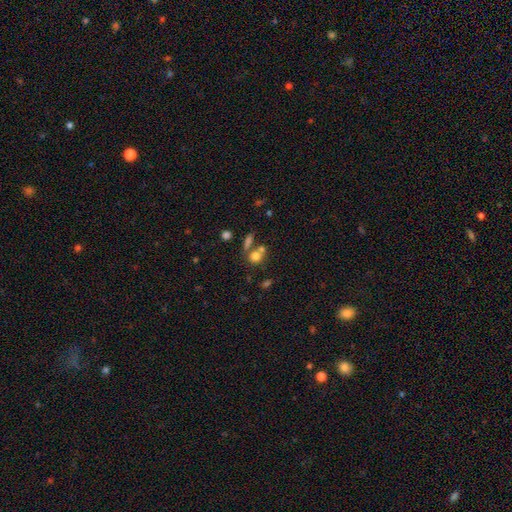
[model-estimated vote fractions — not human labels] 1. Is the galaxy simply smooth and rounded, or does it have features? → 74% smooth, 15% star or artifact, 11% featured or disk.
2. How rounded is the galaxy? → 70% round, 28% in between, 2% cigar-shaped.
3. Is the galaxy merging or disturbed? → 48% none, 37% merger, 9% minor disturbance, 6% major disturbance.